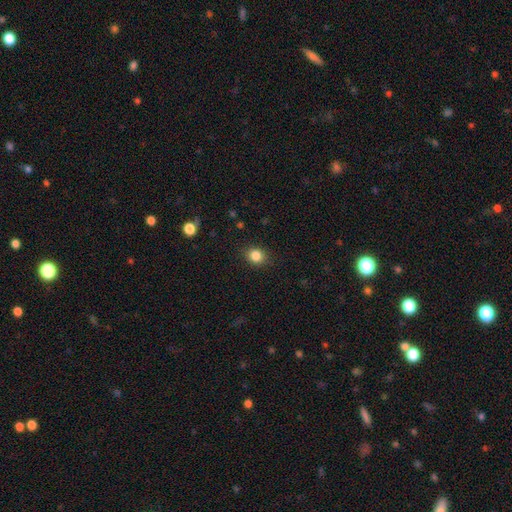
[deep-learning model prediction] A smooth galaxy with no disk features (85%) that is round (69%). Merging: none (87%).